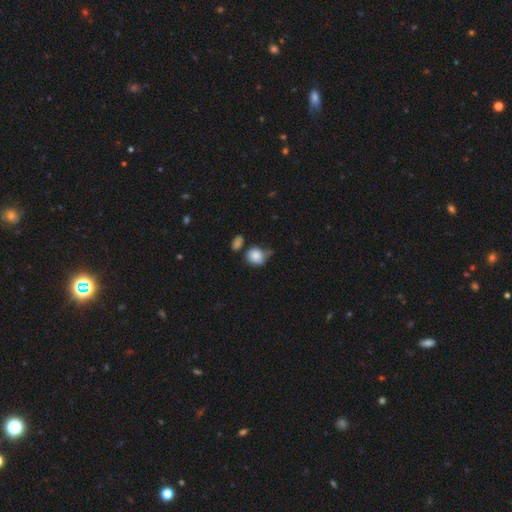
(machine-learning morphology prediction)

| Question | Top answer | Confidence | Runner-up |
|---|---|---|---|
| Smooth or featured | smooth | 84% | star or artifact (8%) |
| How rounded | round | 68% | in between (31%) |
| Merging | none | 42% | minor disturbance (33%) |